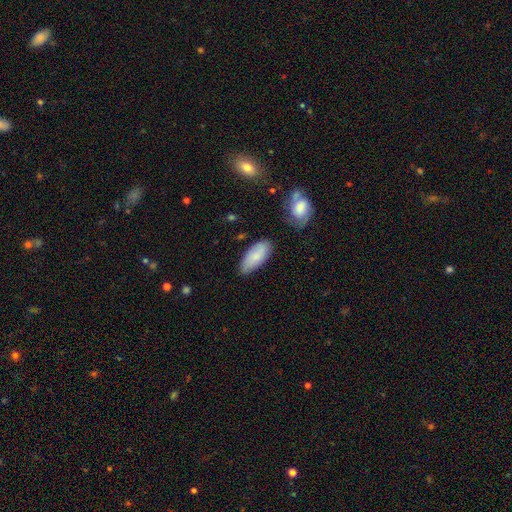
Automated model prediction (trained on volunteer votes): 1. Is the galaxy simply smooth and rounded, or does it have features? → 79% smooth, 14% featured or disk, 6% star or artifact.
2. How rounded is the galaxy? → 87% in between, 11% cigar-shaped, 2% round.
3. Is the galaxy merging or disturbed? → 73% none, 20% minor disturbance, 4% major disturbance, 3% merger.